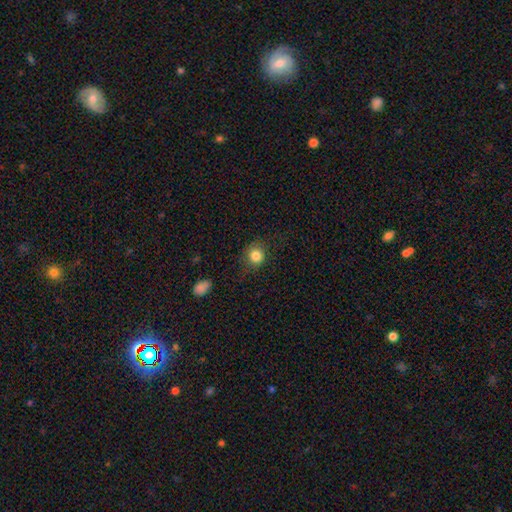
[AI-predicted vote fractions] Q: Smooth or featured?
A: smooth (84%); runner-up: star or artifact (10%)
Q: How rounded?
A: round (84%); runner-up: in between (15%)
Q: Merging?
A: none (79%); runner-up: minor disturbance (15%)